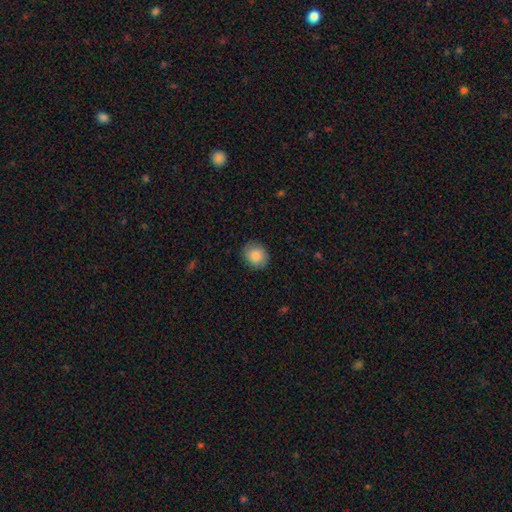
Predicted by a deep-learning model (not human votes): Morphology: type=smooth (86%); roundness=round (66%); merging=none (87%).